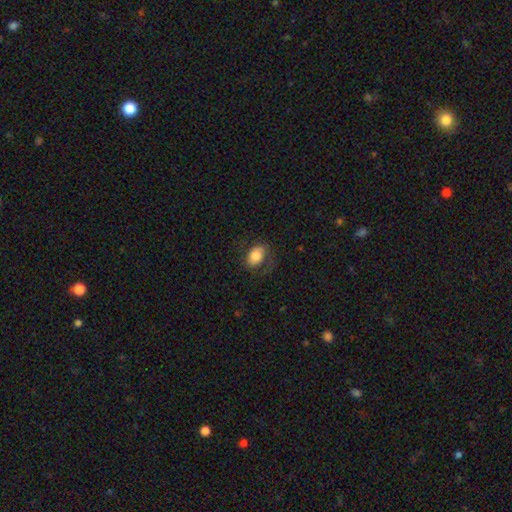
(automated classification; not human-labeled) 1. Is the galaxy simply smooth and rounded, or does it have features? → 74% smooth, 18% featured or disk, 8% star or artifact.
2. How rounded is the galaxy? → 82% in between, 17% round, 1% cigar-shaped.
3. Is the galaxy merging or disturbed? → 64% none, 20% minor disturbance, 15% major disturbance, 1% merger.